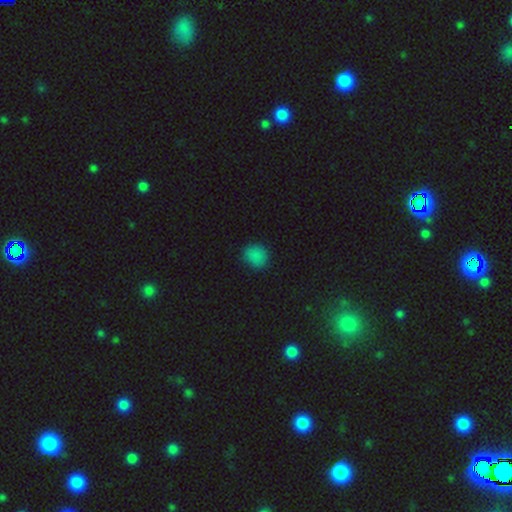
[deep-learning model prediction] This is clearly a smooth galaxy (83%). How rounded: likely round (78%). Merging: clearly none (84%).